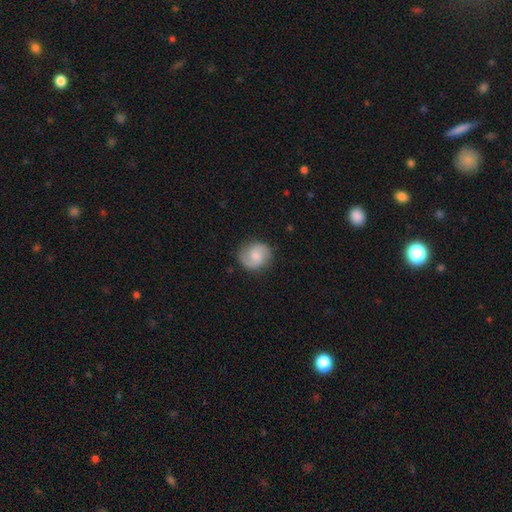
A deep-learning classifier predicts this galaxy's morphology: Smooth or featured? featured or disk (56%)
Edge-on disk? no (98%)
Bar? no (50%)
Spiral arms? yes (93%)
Spiral winding? medium (49%)
Spiral arm count? 2 (89%)
Bulge size? moderate (43%)
Merging? none (84%)